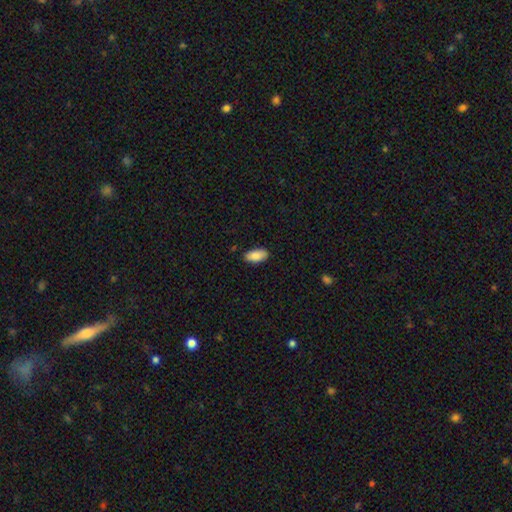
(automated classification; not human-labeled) Smooth or featured? smooth (88%)
How rounded? in between (93%)
Merging? none (86%)